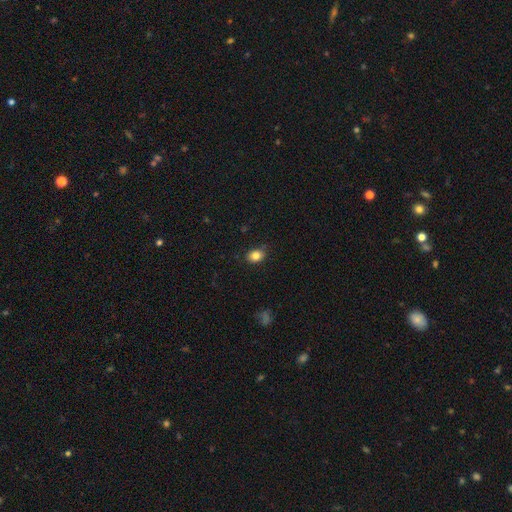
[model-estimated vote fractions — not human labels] Overall: smooth (83%). How rounded: in between (60%; round 39%). Merging: none (83%).